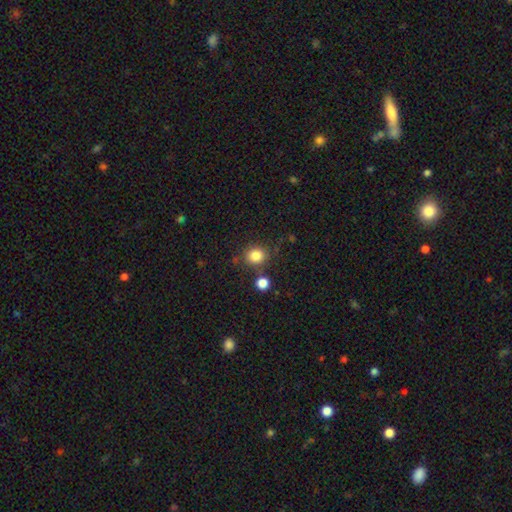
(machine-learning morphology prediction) smooth_or_featured: smooth (p=0.84) [alt: star or artifact p=0.11]
how_rounded: round (p=0.79) [alt: in between p=0.21]
merging: none (p=0.78) [alt: minor disturbance p=0.10]